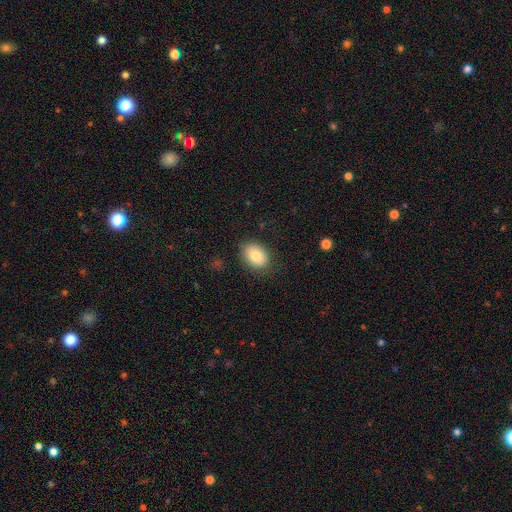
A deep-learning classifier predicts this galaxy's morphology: smooth-or-featured: smooth: 82% | featured or disk: 10% | star or artifact: 8%
  how-rounded: in between: 77% | round: 22% | cigar-shaped: 1%
  merging: none: 84% | minor disturbance: 12% | major disturbance: 3% | merger: 1%